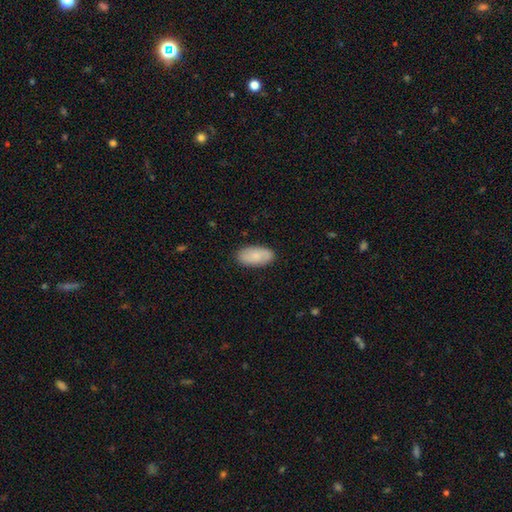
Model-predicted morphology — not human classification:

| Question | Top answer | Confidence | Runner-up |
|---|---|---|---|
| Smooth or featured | smooth | 79% | featured or disk (15%) |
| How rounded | in between | 93% | cigar-shaped (4%) |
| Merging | none | 86% | minor disturbance (11%) |